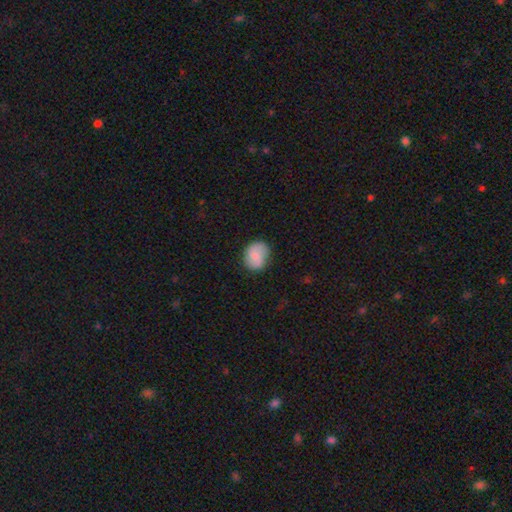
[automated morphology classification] type=smooth (72%); roundness=round (62%); merging=none (72%).